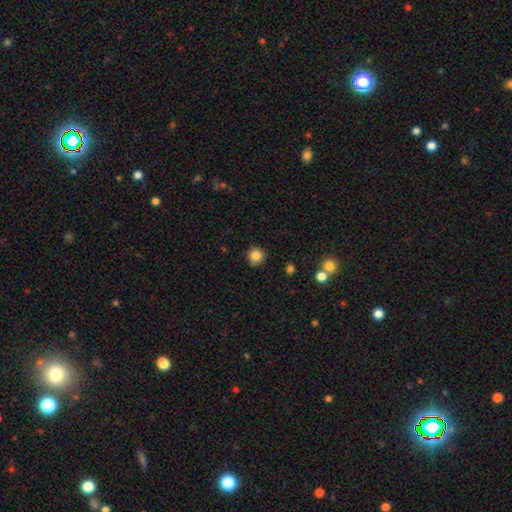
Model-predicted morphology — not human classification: Smooth or featured? smooth (84%)
How rounded? round (93%)
Merging? none (85%)